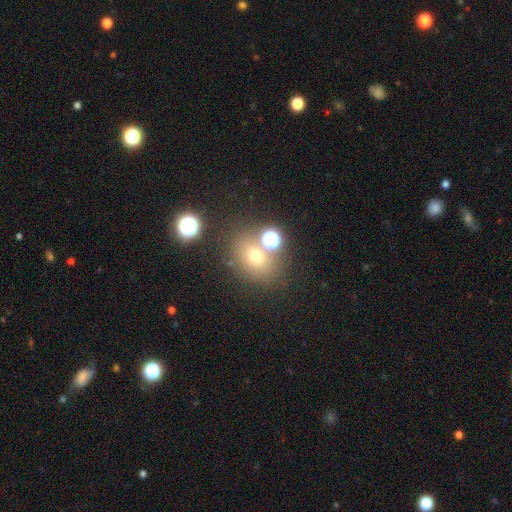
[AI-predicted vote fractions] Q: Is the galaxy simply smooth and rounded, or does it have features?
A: smooth — 64%.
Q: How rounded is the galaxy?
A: round — 54%.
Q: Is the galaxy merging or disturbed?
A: none — 66%.